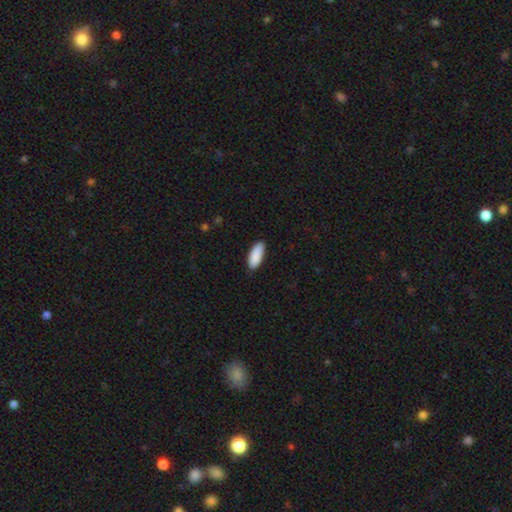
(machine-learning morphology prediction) Smooth or featured? smooth (90%)
How rounded? in between (76%)
Merging? none (85%)